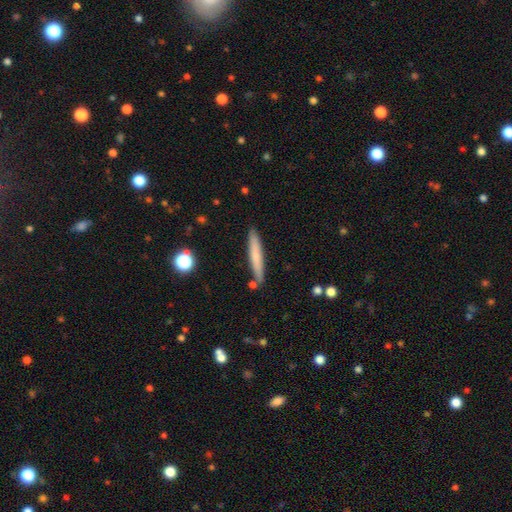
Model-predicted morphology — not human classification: A smooth galaxy with no disk features (67%) that is cigar-shaped (94%).

Vote fractions:
- Smooth or featured? smooth: 67% / featured or disk: 26% / star or artifact: 6%
- How rounded? cigar-shaped: 94% / in between: 4% / round: 1%
- Merging? none: 85% / minor disturbance: 10% / merger: 3% / major disturbance: 2%